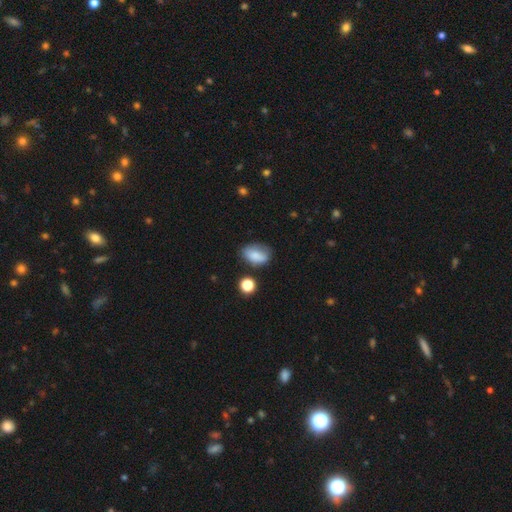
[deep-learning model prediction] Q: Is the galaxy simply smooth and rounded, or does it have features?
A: smooth — 80%.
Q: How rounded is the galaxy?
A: in between — 84%.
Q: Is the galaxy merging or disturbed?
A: none — 60%.